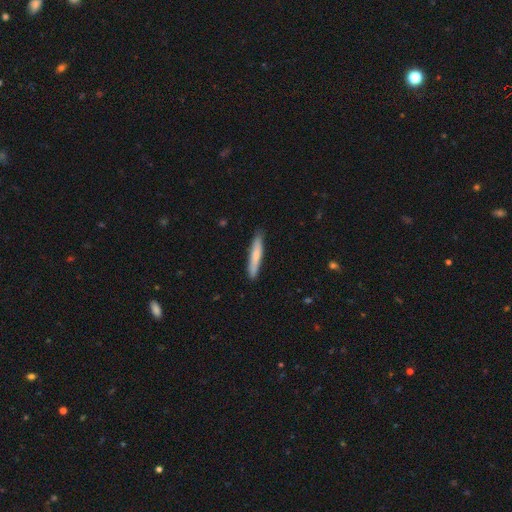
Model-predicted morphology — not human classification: smooth_or_featured: smooth (p=0.73) [alt: featured or disk p=0.22]
how_rounded: cigar-shaped (p=0.93) [alt: in between p=0.06]
merging: none (p=0.88) [alt: minor disturbance p=0.10]